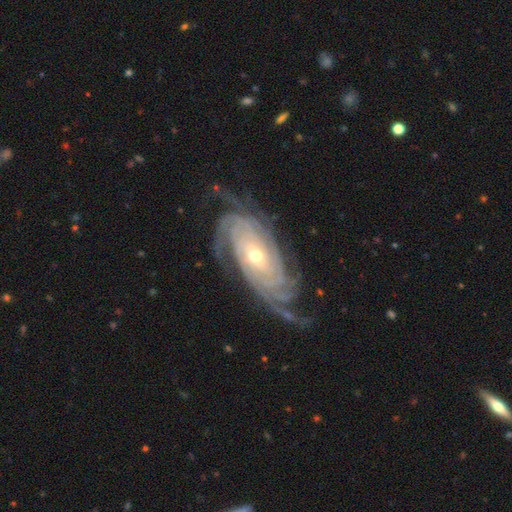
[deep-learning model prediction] smooth_or_featured: featured or disk (p=0.91) [alt: smooth p=0.05]
disk_edge_on: no (p=0.95) [alt: yes p=0.05]
bar: no (p=0.64) [alt: weak p=0.24]
has_spiral_arms: yes (p=0.98) [alt: no p=0.02]
spiral_winding: tight (p=0.74) [alt: medium p=0.21]
spiral_arm_count: 4 (p=0.25) [alt: can't tell p=0.22]
bulge_size: small (p=0.52) [alt: moderate p=0.44]
merging: none (p=0.70) [alt: minor disturbance p=0.17]